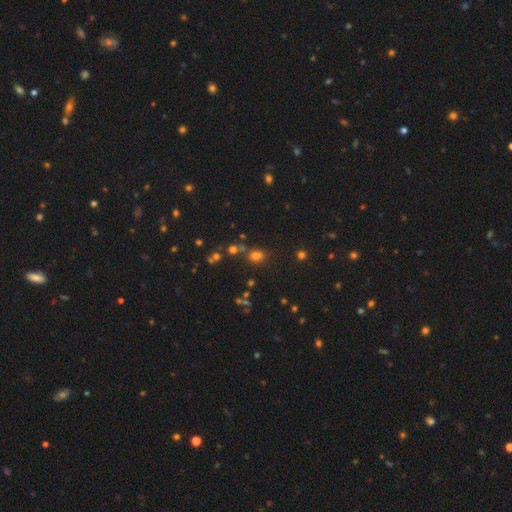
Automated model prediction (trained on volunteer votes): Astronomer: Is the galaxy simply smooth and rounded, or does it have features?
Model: smooth — 61%.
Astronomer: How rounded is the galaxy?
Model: in between — 57% (runner-up: round, 40%).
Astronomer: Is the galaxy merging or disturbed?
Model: none — 63%.